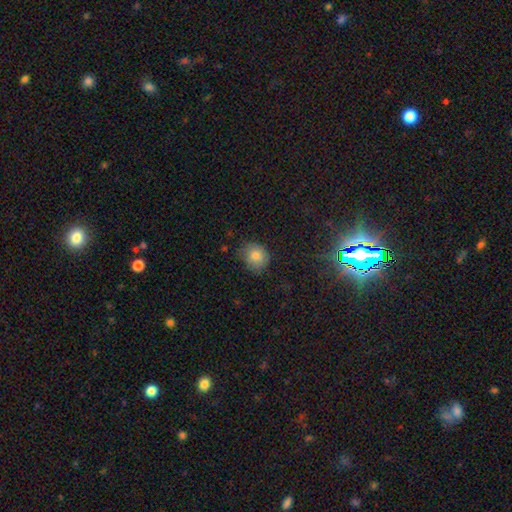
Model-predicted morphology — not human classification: Smooth or featured: smooth — 81% (star or artifact — 11%)
How rounded: round — 75% (in between — 24%)
Merging: none — 68% (minor disturbance — 25%)